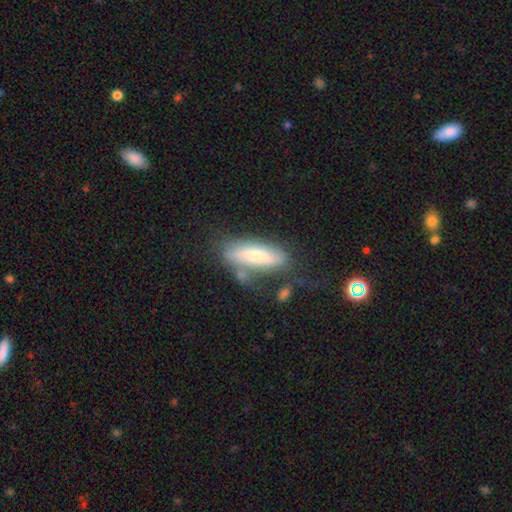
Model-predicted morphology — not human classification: This is possibly a smooth galaxy (59%). How rounded: possibly cigar-shaped (51%). Merging: possibly none (53%).